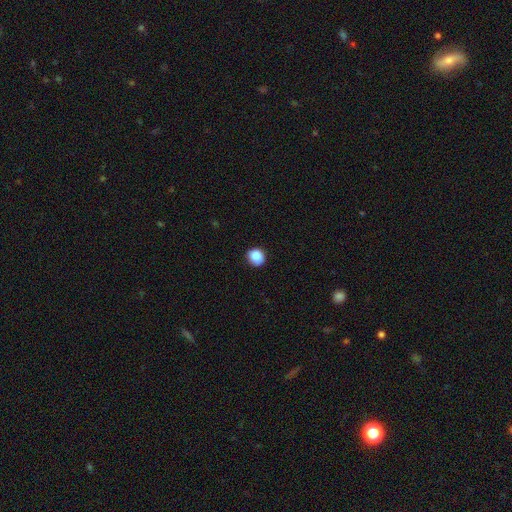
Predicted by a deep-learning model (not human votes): Overall: smooth (87%). How rounded: round (82%). Merging: none (88%).